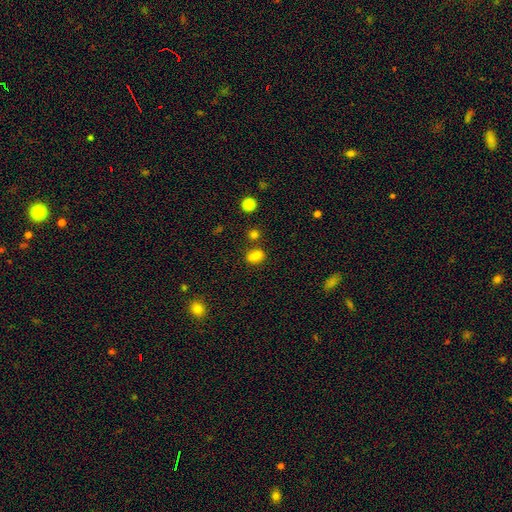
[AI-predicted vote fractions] Smooth or featured? Predicted: smooth (p=0.74). How rounded? Predicted: in between (p=0.54). Merging? Predicted: none (p=0.56).